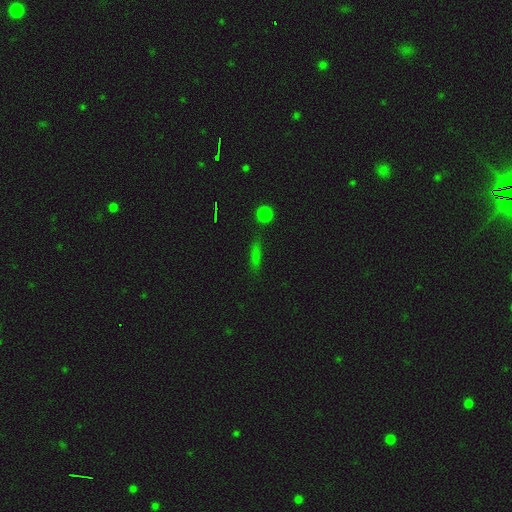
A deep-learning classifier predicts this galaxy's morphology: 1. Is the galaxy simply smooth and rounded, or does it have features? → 67% smooth, 20% star or artifact, 12% featured or disk.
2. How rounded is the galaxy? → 70% cigar-shaped, 23% in between, 7% round.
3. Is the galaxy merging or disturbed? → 80% none, 13% minor disturbance, 4% major disturbance, 3% merger.